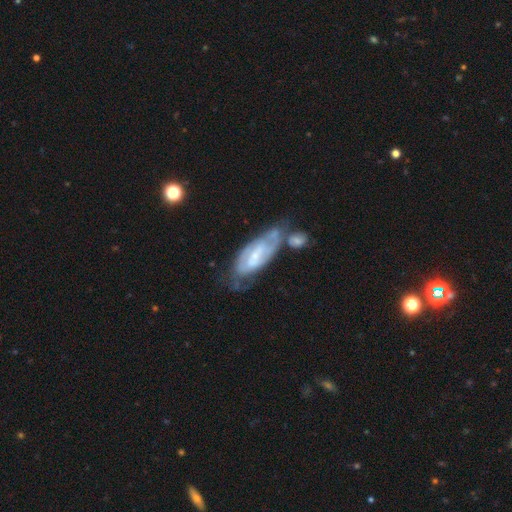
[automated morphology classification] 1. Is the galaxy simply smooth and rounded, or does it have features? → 74% featured or disk, 20% smooth, 6% star or artifact.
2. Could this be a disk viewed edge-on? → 90% no, 10% yes.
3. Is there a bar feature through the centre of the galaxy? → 46% weak, 27% no, 26% strong.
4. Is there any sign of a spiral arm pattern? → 84% yes, 16% no.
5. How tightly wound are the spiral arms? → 50% tight, 37% medium, 13% loose.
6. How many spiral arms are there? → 54% 2, 34% can't tell, 5% 3, 4% 1, 2% 4, 1% more than 4.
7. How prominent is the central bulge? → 62% small, 28% moderate, 6% none, 2% large, 1% dominant.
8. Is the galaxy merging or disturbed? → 36% none, 29% merger, 22% minor disturbance, 13% major disturbance.